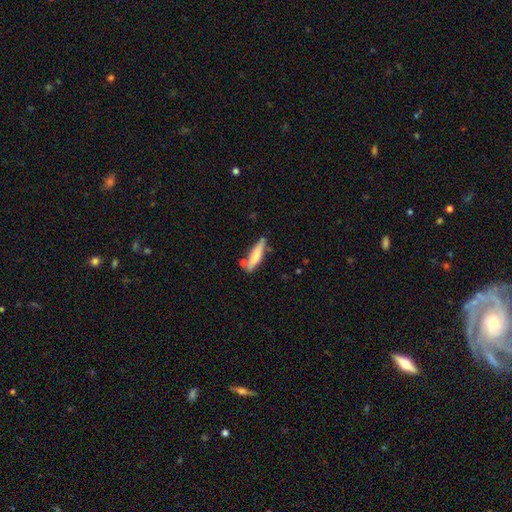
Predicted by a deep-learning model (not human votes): Smooth or featured? smooth (71%)
How rounded? cigar-shaped (78%)
Merging? none (71%)